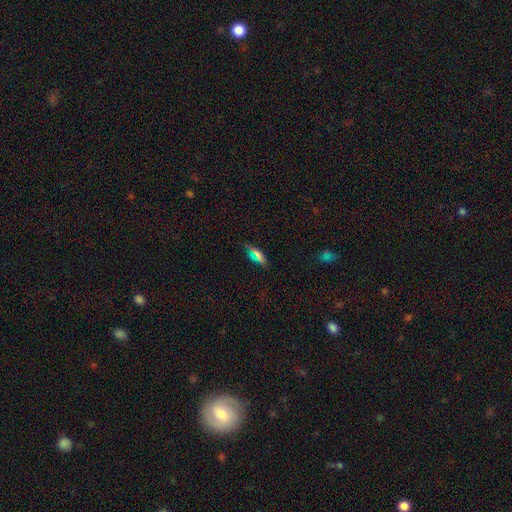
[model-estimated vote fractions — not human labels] smooth 61%, star or artifact 21%, featured or disk 18%. Down the decision tree: how rounded — in between (65%); merging — none (82%).